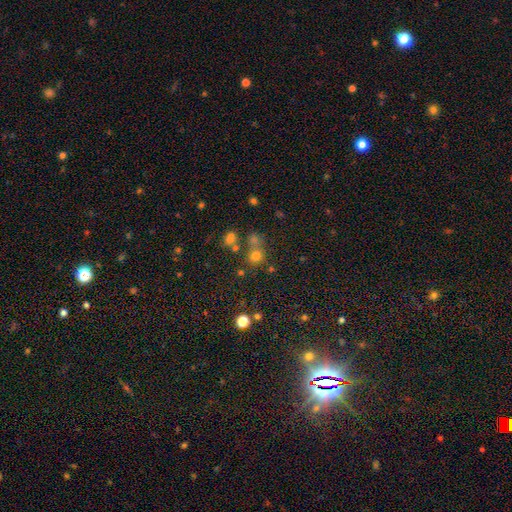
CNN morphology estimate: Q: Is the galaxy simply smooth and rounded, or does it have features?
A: smooth — 68%.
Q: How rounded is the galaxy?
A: round — 86%.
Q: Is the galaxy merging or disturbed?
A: none — 60%.